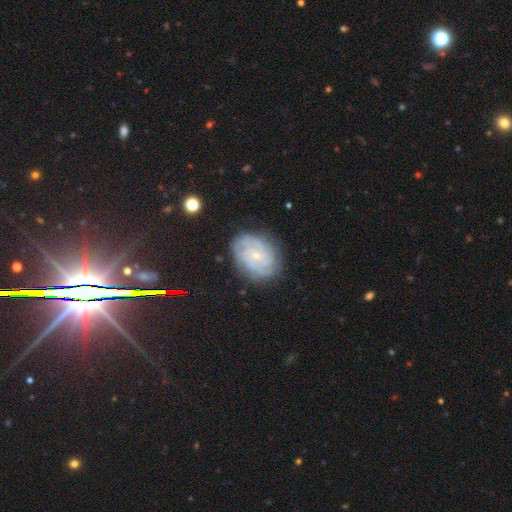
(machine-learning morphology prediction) The model was most divided on "spiral arm count": can't tell: 37%, 4: 17%, 3: 17%, 2: 15%, more than 4: 8%, 1: 6%. More confident: edge-on disk — no (97%); spiral arms — yes (94%); bulge size — small (80%); merging — none (79%); smooth or featured — featured or disk (78%); bar — no (72%); spiral winding — tight (70%).